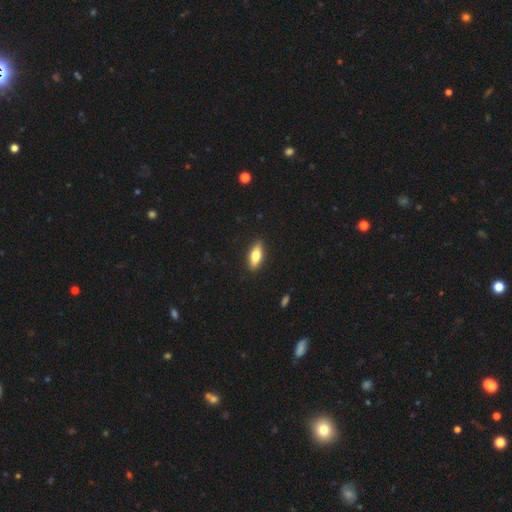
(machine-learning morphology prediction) A smooth galaxy with no disk features (69%) that is in between round and cigar-shaped (71%).

Vote fractions:
- Smooth or featured? smooth: 69% / featured or disk: 25% / star or artifact: 6%
- How rounded? in between: 71% / cigar-shaped: 26% / round: 3%
- Merging? none: 88% / minor disturbance: 9% / major disturbance: 2% / merger: 1%